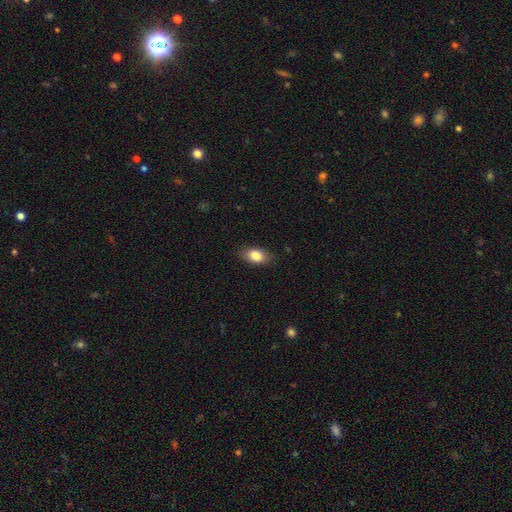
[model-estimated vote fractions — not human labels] smooth 83%, featured or disk 10%, star or artifact 8%. Down the decision tree: how rounded — in between (87%); merging — none (84%).